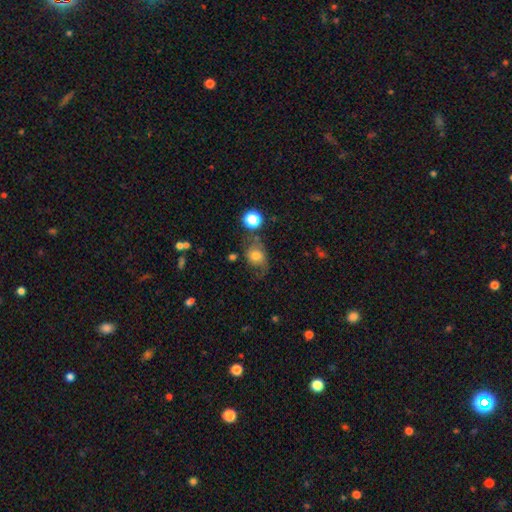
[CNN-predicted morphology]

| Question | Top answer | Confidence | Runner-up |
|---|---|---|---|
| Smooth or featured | smooth | 66% | featured or disk (21%) |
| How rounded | round | 57% | in between (42%) |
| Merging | none | 45% | minor disturbance (28%) |